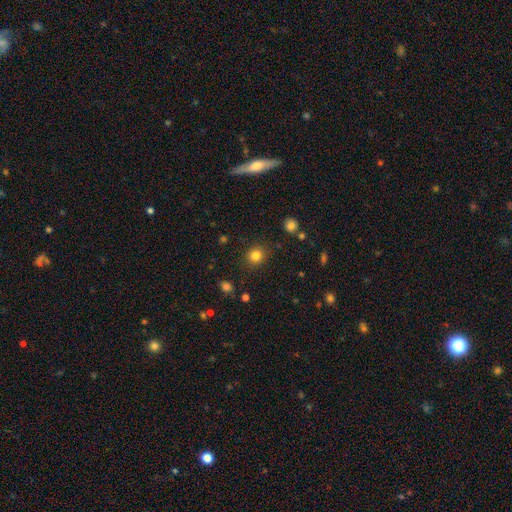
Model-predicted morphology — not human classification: smooth_or_featured: smooth (p=0.82) [alt: star or artifact p=0.13]
how_rounded: round (p=0.86) [alt: in between p=0.13]
merging: none (p=0.88) [alt: minor disturbance p=0.08]